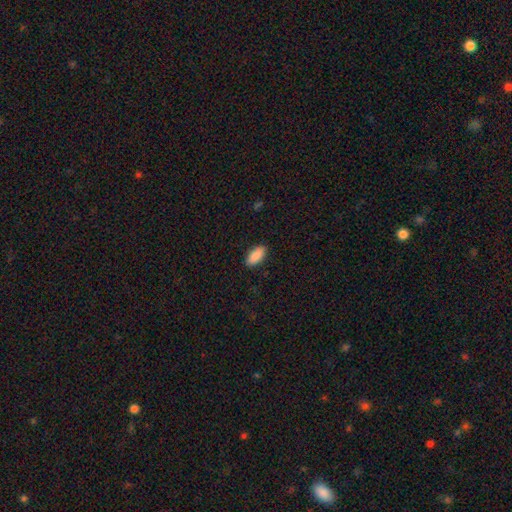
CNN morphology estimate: Overall: smooth (88%). How rounded: in between (90%). Merging: none (90%).